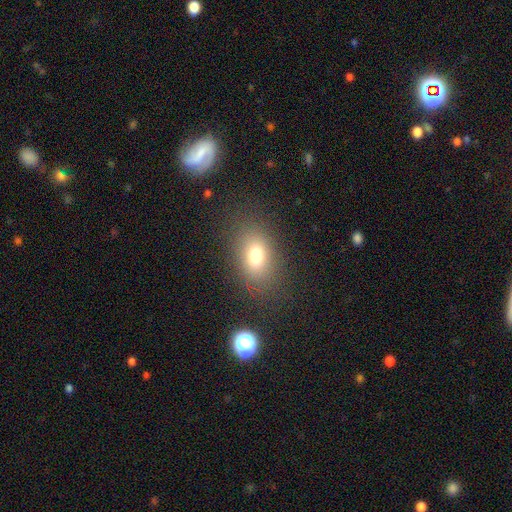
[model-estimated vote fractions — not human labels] Morphology: type=smooth (74%); roundness=in between (76%); merging=none (81%).